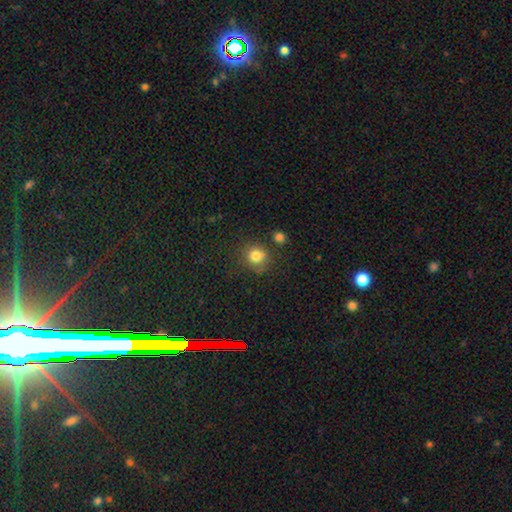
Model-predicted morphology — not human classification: A smooth galaxy with no disk features (82%) that is round (86%).

Vote fractions:
- Smooth or featured? smooth: 82% / star or artifact: 12% / featured or disk: 6%
- How rounded? round: 86% / in between: 13% / cigar-shaped: 1%
- Merging? none: 74% / minor disturbance: 14% / merger: 7% / major disturbance: 5%